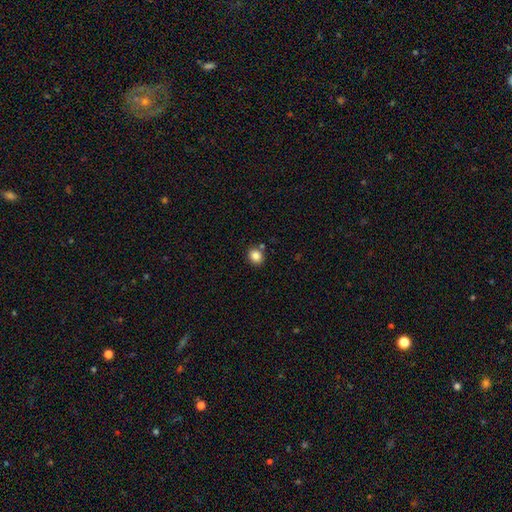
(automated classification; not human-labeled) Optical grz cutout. It shows a smooth galaxy with no disk features (85%) that is round (67%). Merging: none (82%).